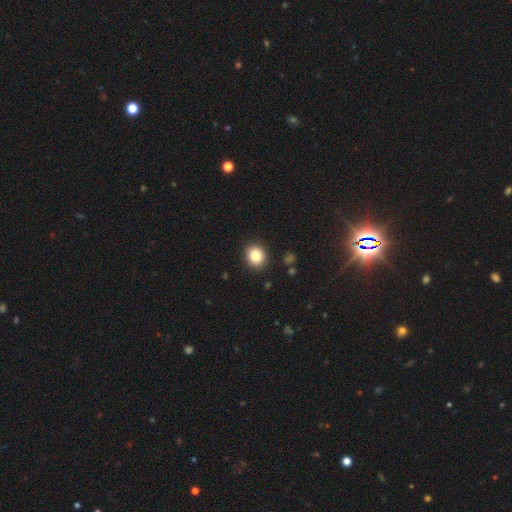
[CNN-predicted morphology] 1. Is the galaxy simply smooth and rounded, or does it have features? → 84% smooth, 10% star or artifact, 6% featured or disk.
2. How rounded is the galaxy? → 78% round, 21% in between, 1% cigar-shaped.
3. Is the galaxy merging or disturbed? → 91% none, 6% minor disturbance, 2% major disturbance, 1% merger.